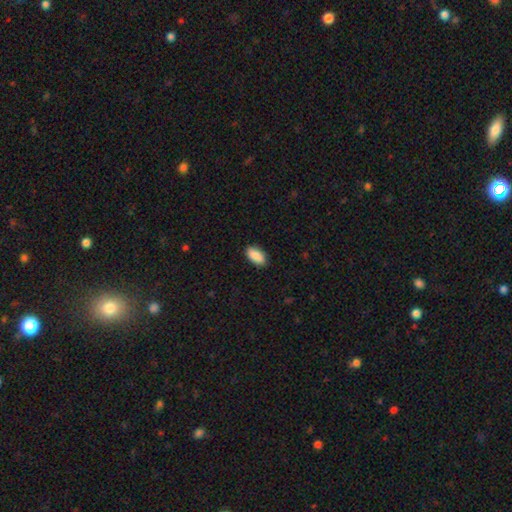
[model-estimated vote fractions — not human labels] Smooth or featured?
  - smooth: 90% *
  - star or artifact: 6%
  - featured or disk: 4%
How rounded?
  - in between: 94% *
  - cigar-shaped: 4%
  - round: 3%
Merging?
  - none: 89% *
  - minor disturbance: 8%
  - major disturbance: 2%
  - merger: 1%